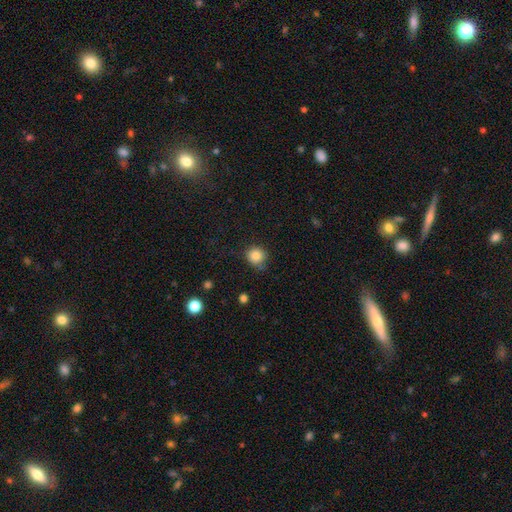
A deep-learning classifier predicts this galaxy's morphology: smooth_or_featured: smooth (p=0.83) [alt: star or artifact p=0.11]
how_rounded: round (p=0.91) [alt: in between p=0.08]
merging: none (p=0.74) [alt: minor disturbance p=0.19]